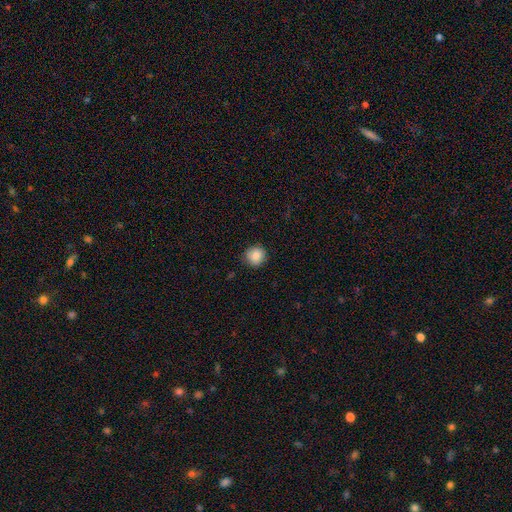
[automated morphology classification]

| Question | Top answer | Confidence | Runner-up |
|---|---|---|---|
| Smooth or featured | smooth | 86% | star or artifact (9%) |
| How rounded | round | 92% | in between (7%) |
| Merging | none | 86% | minor disturbance (11%) |